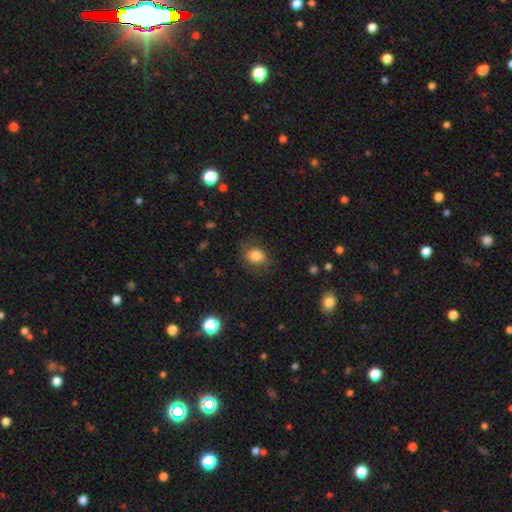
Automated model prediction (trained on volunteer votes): smooth_or_featured: smooth (p=0.74) [alt: featured or disk p=0.16]
how_rounded: in between (p=0.52) [alt: round p=0.47]
merging: none (p=0.71) [alt: minor disturbance p=0.19]